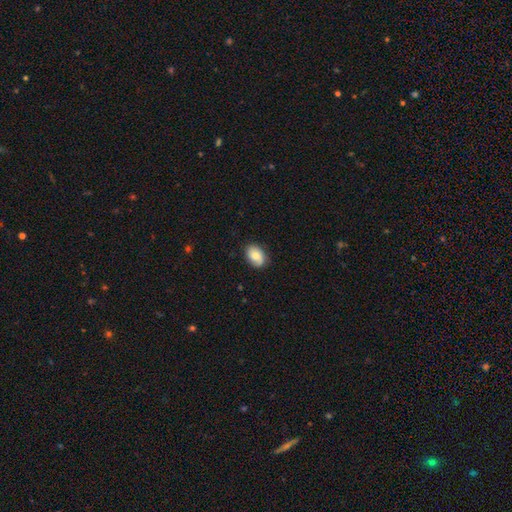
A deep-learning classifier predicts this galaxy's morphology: smooth_or_featured: smooth (p=0.72) [alt: featured or disk p=0.20]
how_rounded: in between (p=0.80) [alt: round p=0.19]
merging: none (p=0.80) [alt: minor disturbance p=0.16]